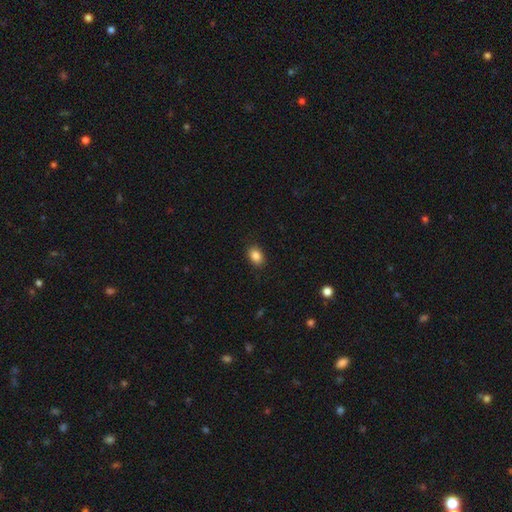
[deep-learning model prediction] Morphology: type=smooth (86%); roundness=in between (77%); merging=none (88%).